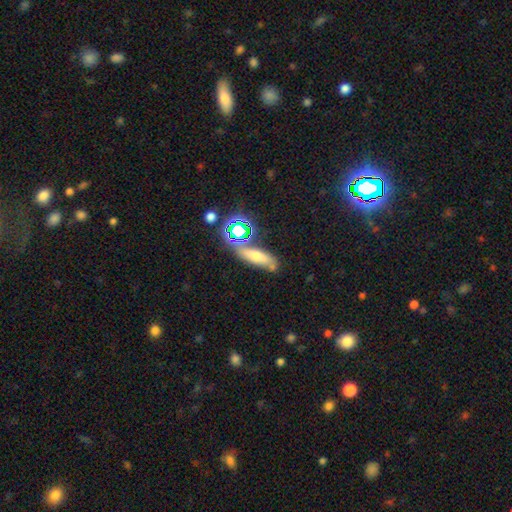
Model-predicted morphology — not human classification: Smooth or featured?
  - smooth: 49% *
  - star or artifact: 27%
  - featured or disk: 24%
Merging?
  - none: 62% *
  - minor disturbance: 18%
  - merger: 14%
  - major disturbance: 7%